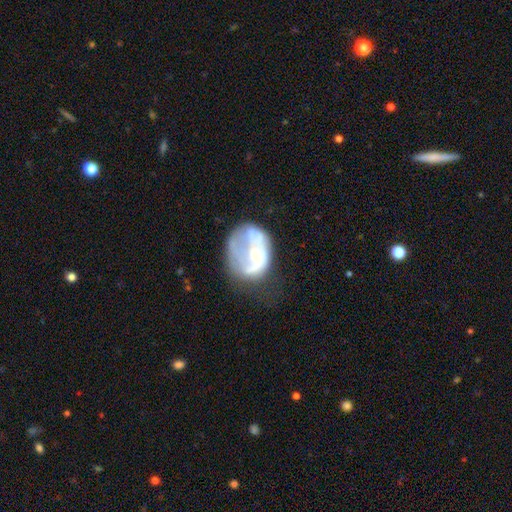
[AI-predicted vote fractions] Smooth or featured? Predicted: featured or disk (p=0.58). Edge-on disk? Predicted: no (p=0.98). Bar? Predicted: no (p=0.83). Spiral arms? Predicted: no (p=0.72). Bulge size? Predicted: small (p=0.42). Merging? Predicted: major disturbance (p=0.35).